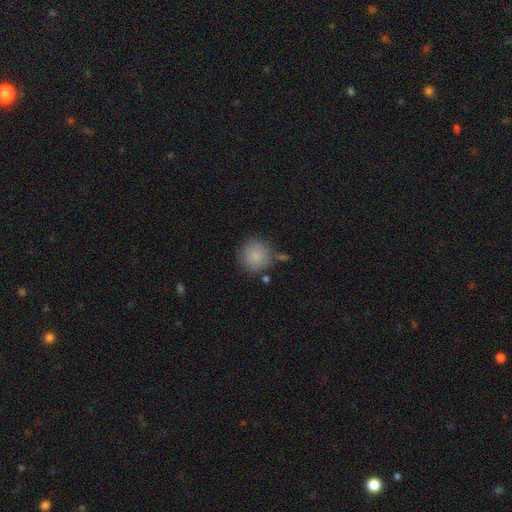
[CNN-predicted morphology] Overall: smooth (85%). How rounded: round (93%). Merging: none (72%).